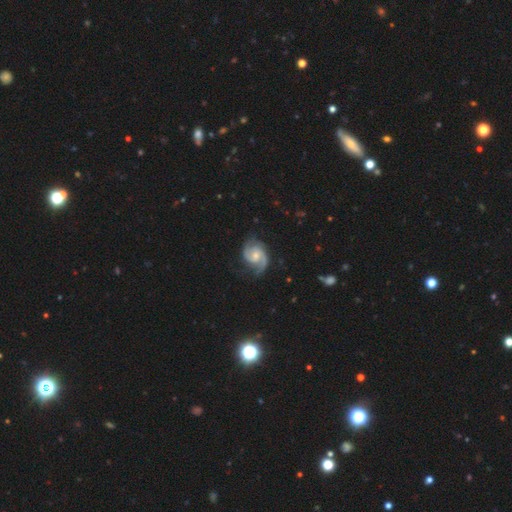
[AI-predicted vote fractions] Smooth or featured? featured or disk (90%)
Edge-on disk? no (98%)
Bar? no (54%)
Spiral arms? yes (98%)
Spiral winding? medium (55%)
Spiral arm count? 2 (88%)
Bulge size? moderate (48%)
Merging? none (74%)